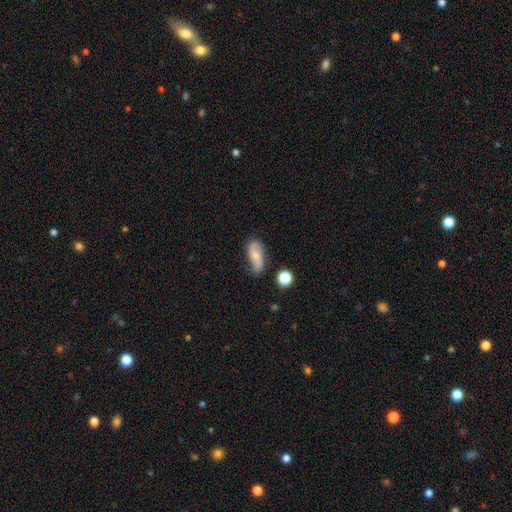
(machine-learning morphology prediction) This appears to be a smooth galaxy with no disk features (47%). Merging: none (62%).